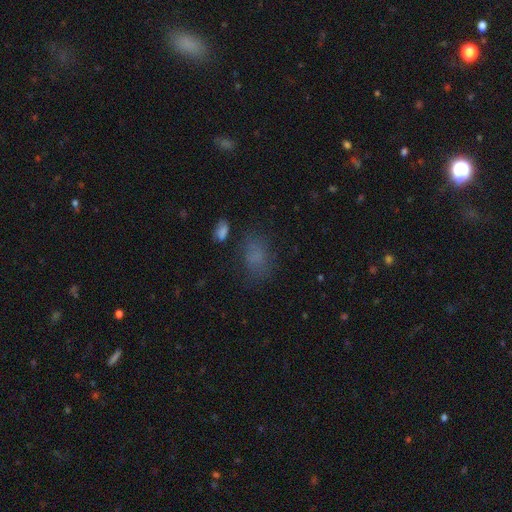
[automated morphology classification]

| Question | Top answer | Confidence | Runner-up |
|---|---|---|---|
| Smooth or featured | smooth | 70% | star or artifact (19%) |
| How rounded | in between | 78% | round (20%) |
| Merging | none | 63% | minor disturbance (19%) |